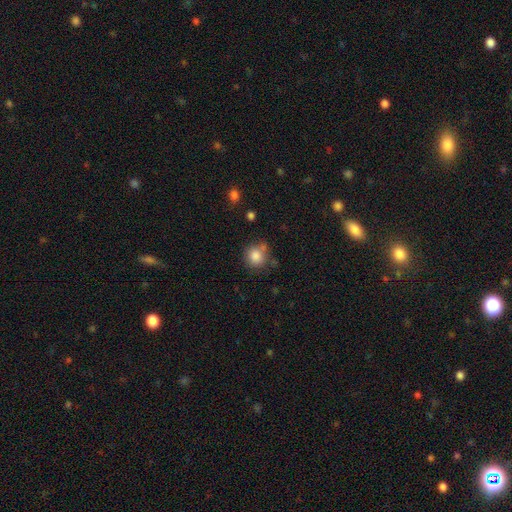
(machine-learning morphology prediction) A smooth galaxy with no disk features (84%) that is round (86%).

Vote fractions:
- Smooth or featured? smooth: 84% / star or artifact: 10% / featured or disk: 6%
- How rounded? round: 86% / in between: 13% / cigar-shaped: 1%
- Merging? none: 66% / minor disturbance: 18% / merger: 10% / major disturbance: 5%